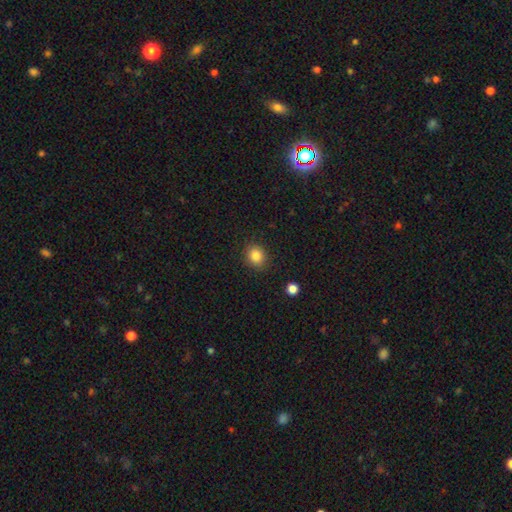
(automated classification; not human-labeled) Smooth or featured: smooth — 85% (star or artifact — 10%)
How rounded: round — 70% (in between — 29%)
Merging: none — 87% (minor disturbance — 9%)